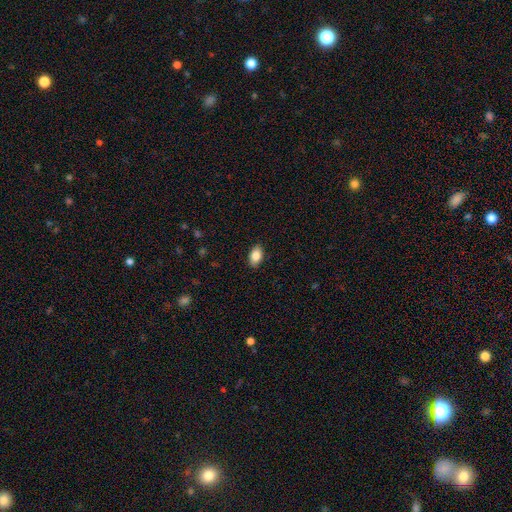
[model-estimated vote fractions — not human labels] Smooth or featured? smooth (85%)
How rounded? in between (91%)
Merging? none (88%)